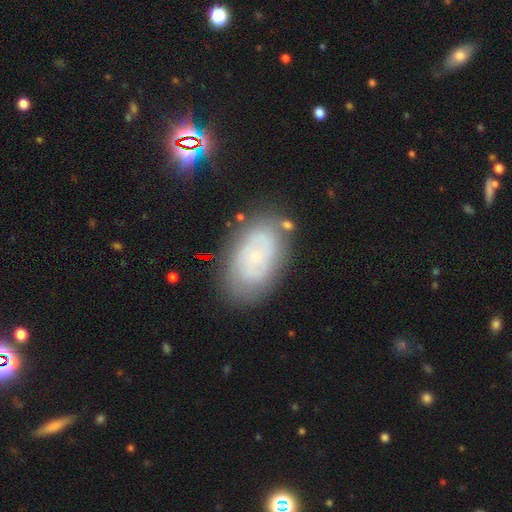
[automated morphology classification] This appears to be a featured or disk galaxy (51%). Merging: none (72%).